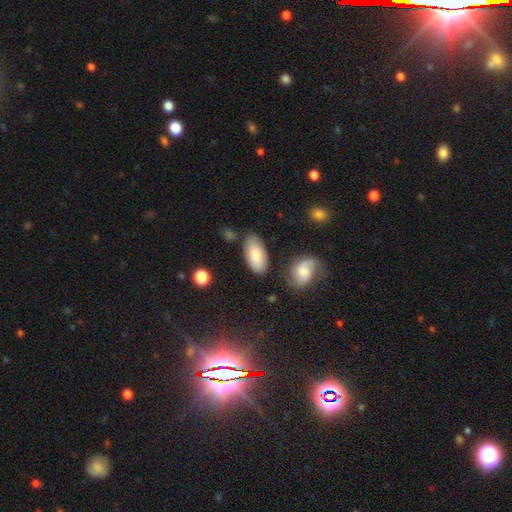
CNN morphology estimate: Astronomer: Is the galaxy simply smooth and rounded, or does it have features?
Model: smooth — 81%.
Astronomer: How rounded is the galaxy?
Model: in between — 93%.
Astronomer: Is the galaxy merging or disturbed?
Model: none — 75%.